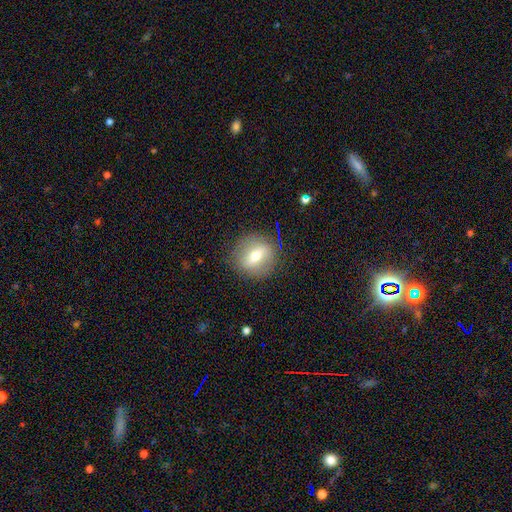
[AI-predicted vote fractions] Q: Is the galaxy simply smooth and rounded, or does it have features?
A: smooth — 48%.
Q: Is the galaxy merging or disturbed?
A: none — 85%.